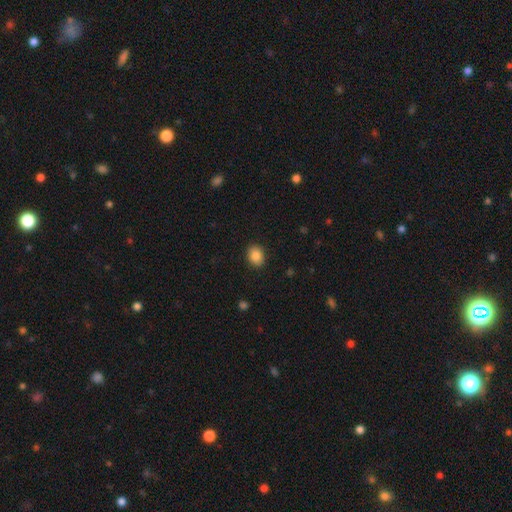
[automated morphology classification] smooth-or-featured: smooth: 87% | star or artifact: 9% | featured or disk: 4%
  how-rounded: in between: 50% (tied) | round: 50% (tied) | cigar-shaped: 1%
  merging: none: 90% | minor disturbance: 7% | major disturbance: 2% | merger: 1%